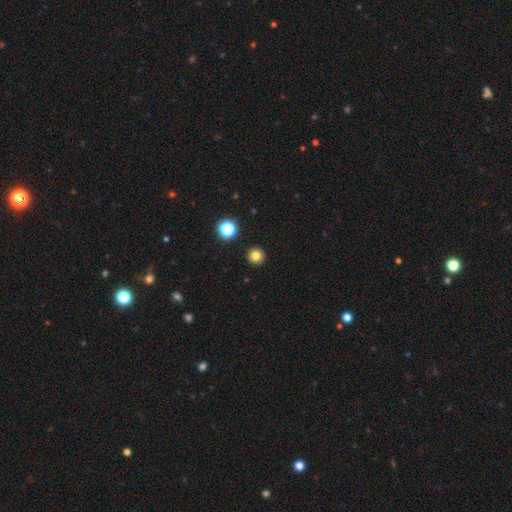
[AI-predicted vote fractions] smooth 80%, star or artifact 14%, featured or disk 6%. Down the decision tree: how rounded — round (95%); merging — none (93%).